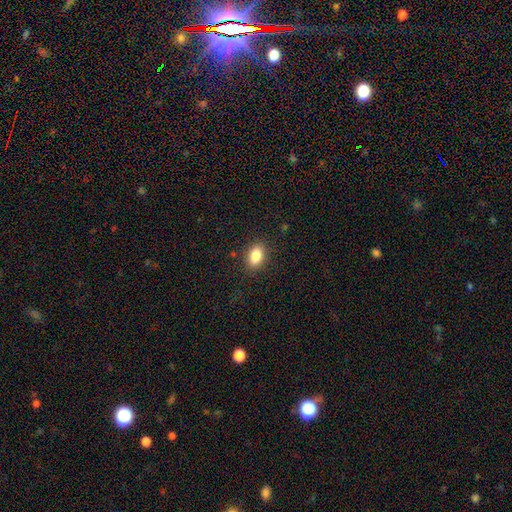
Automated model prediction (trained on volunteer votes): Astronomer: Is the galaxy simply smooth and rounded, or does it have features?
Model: smooth — 85%.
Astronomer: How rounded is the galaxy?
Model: in between — 87%.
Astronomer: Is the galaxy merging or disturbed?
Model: none — 87%.